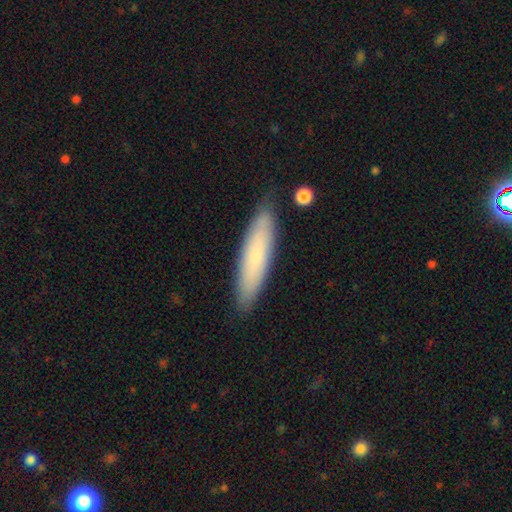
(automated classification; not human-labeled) A smooth galaxy with no disk features (72%) that is cigar-shaped (76%). Merging: none (84%).